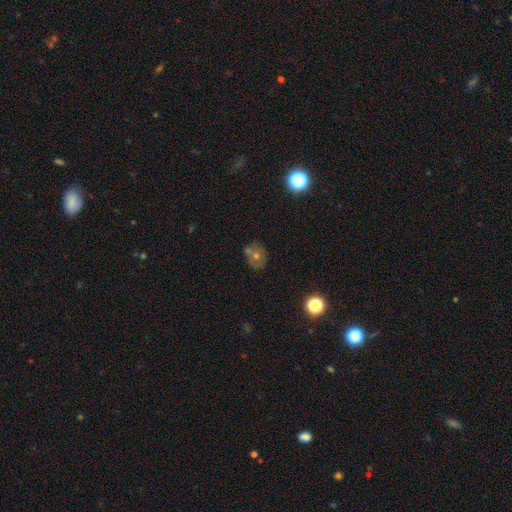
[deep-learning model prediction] smooth-or-featured: smooth: 49% | featured or disk: 27% | star or artifact: 23%
  merging: none: 64% | merger: 17% | minor disturbance: 14% | major disturbance: 5%